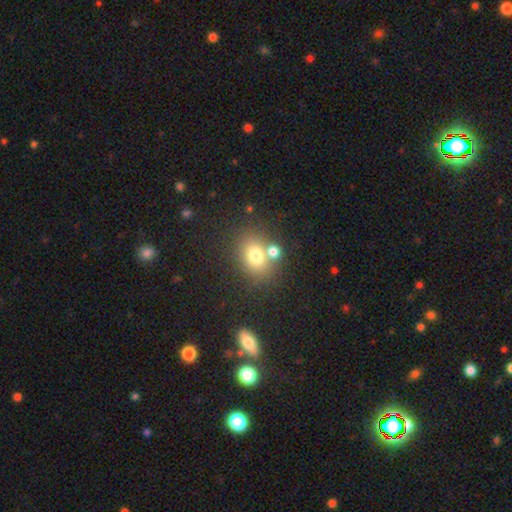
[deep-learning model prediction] smooth_or_featured: smooth (p=0.74) [alt: star or artifact p=0.14]
how_rounded: round (p=0.50) [alt: in between p=0.49]
merging: none (p=0.57) [alt: merger p=0.29]